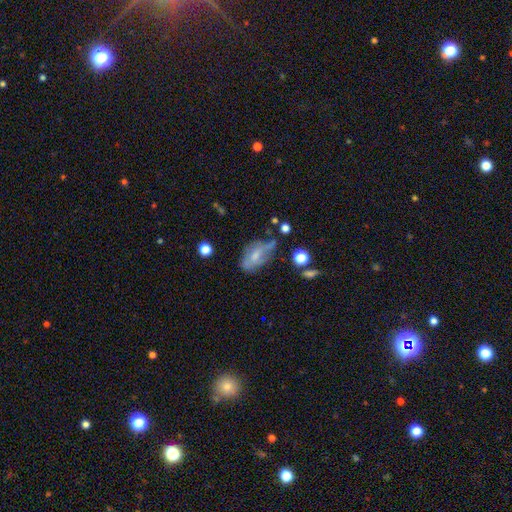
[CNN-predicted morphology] Smooth or featured: smooth — 50% (featured or disk — 40%)
How rounded: in between — 87% (round — 7%)
Merging: none — 39% (minor disturbance — 34%)